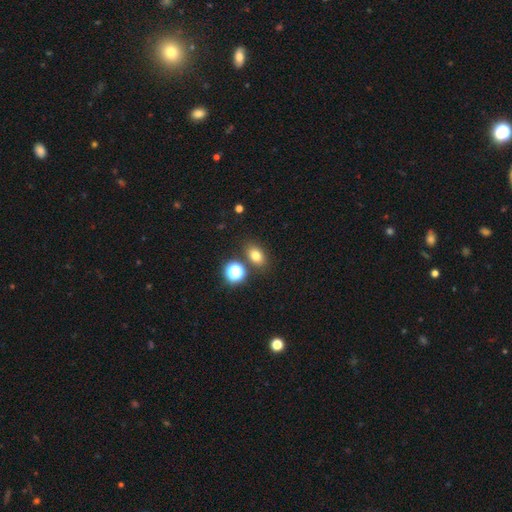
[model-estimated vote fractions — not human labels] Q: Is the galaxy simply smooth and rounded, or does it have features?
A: smooth — 75%.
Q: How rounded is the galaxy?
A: in between — 66%.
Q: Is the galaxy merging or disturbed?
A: none — 77%.